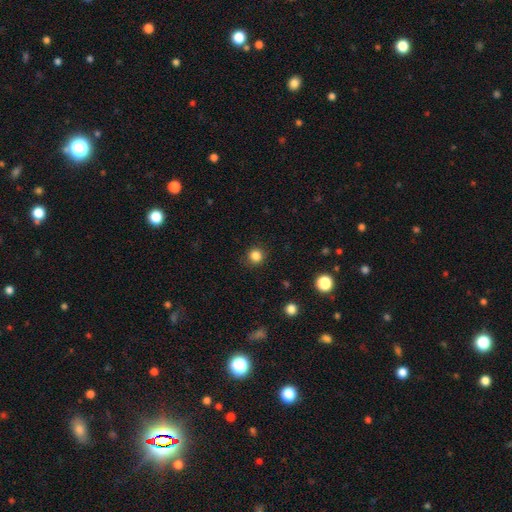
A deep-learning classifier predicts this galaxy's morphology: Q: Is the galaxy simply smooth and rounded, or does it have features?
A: smooth — 84%.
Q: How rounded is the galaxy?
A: round — 92%.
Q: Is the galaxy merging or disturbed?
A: none — 88%.